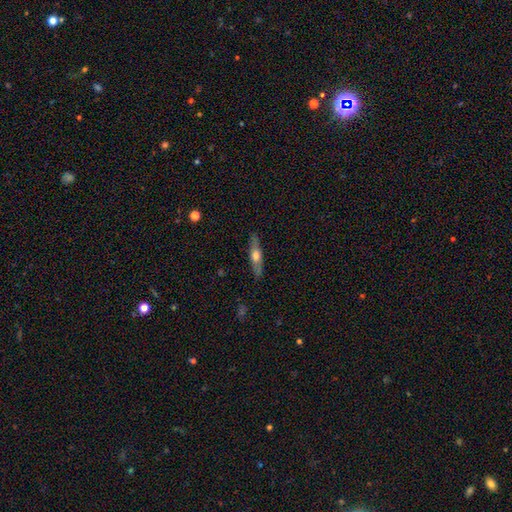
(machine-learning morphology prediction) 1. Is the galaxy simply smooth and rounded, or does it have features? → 47% featured or disk (tied), 47% smooth (tied), 6% star or artifact.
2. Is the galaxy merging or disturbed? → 86% none, 10% minor disturbance, 2% major disturbance, 1% merger.